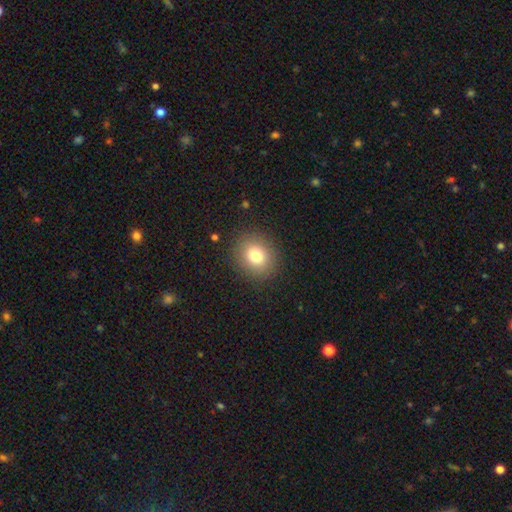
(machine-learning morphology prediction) The model was most divided on "how rounded": round: 74%, in between: 25%, cigar-shaped: 1%. More confident: merging — none (89%); smooth or featured — smooth (79%).